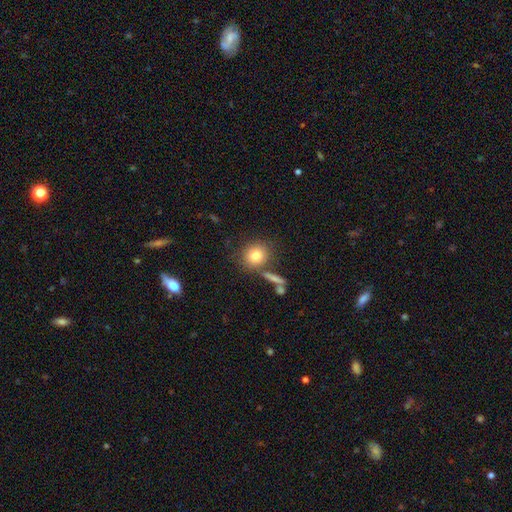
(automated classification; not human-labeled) Smooth or featured? smooth (79%)
How rounded? round (85%)
Merging? none (73%)